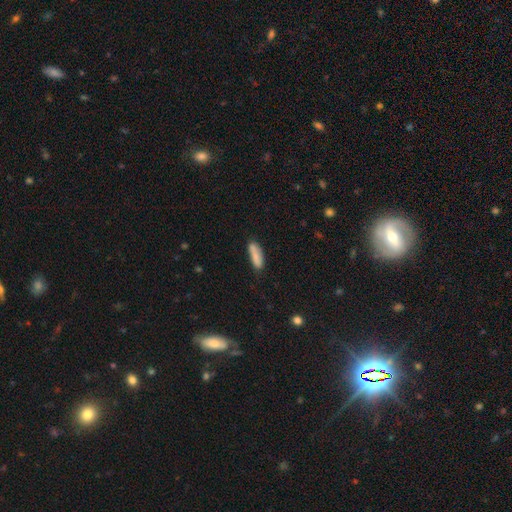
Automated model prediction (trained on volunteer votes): smooth 83%, featured or disk 10%, star or artifact 7%. Down the decision tree: how rounded — cigar-shaped (51%); merging — none (76%).